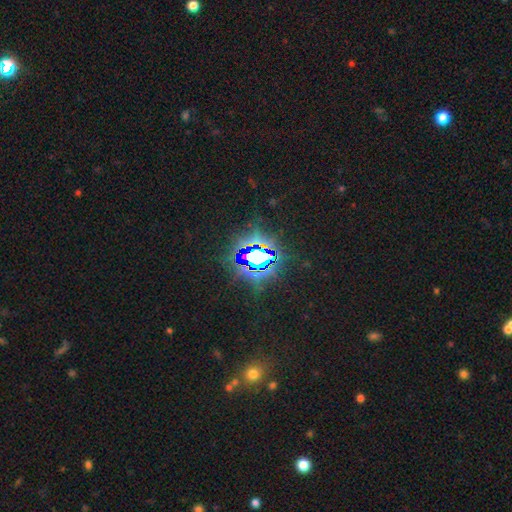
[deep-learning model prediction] smooth-or-featured: star or artifact: 80% | smooth: 11% | featured or disk: 9%